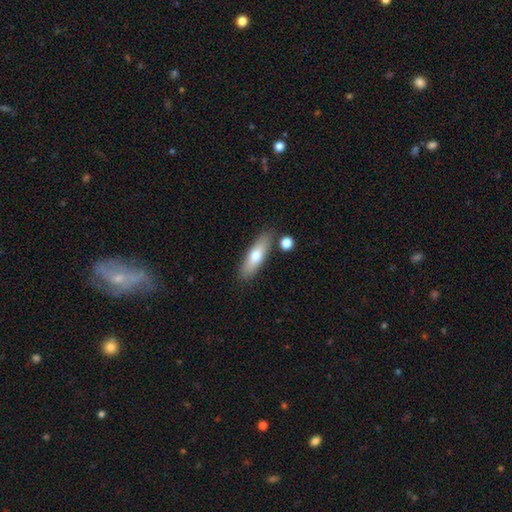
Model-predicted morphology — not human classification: This is likely a smooth galaxy (66%). How rounded: possibly cigar-shaped (55%). Merging: clearly none (81%).